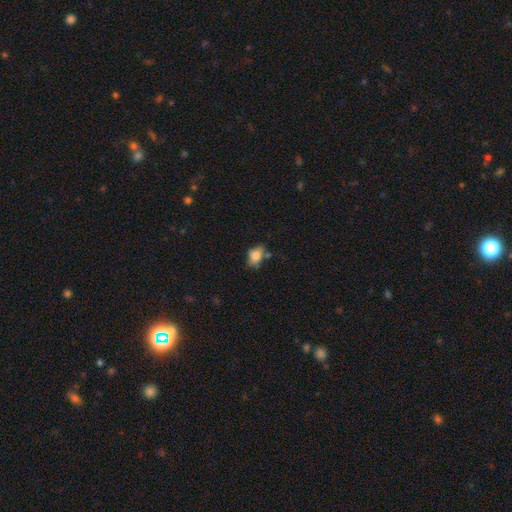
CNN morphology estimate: A smooth galaxy with no disk features (79%) that is in between round and cigar-shaped (72%). Merging: none (53%).